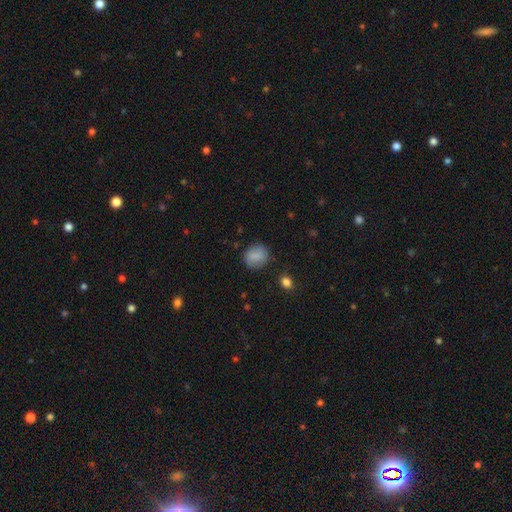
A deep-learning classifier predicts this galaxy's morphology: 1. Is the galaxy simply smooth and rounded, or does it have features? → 82% smooth, 10% featured or disk, 8% star or artifact.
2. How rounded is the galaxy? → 72% round, 26% in between, 1% cigar-shaped.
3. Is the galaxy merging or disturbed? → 80% none, 14% minor disturbance, 4% major disturbance, 2% merger.